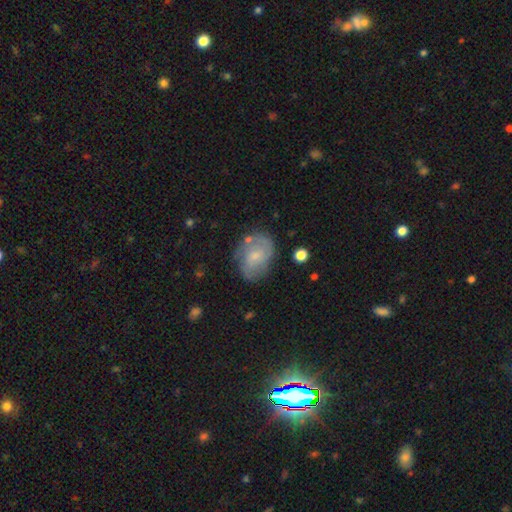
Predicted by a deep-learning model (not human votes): Q: Smooth or featured?
A: featured or disk (52%); runner-up: smooth (40%)
Q: Edge-on disk?
A: no (97%); runner-up: yes (3%)
Q: Bar?
A: no (62%); runner-up: weak (33%)
Q: Spiral arms?
A: yes (78%); runner-up: no (22%)
Q: Bulge size?
A: small (61%); runner-up: moderate (28%)
Q: Merging?
A: none (64%); runner-up: minor disturbance (23%)